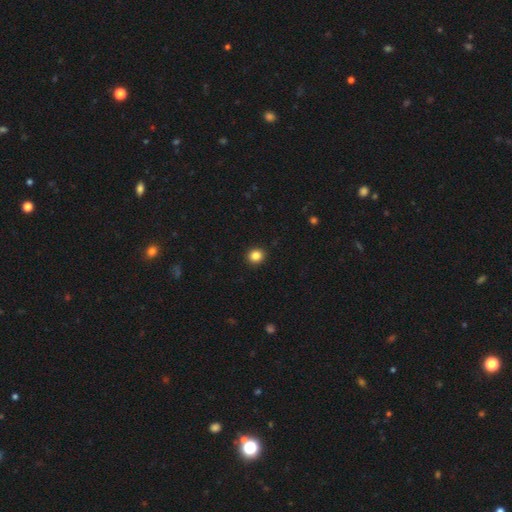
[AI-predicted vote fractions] smooth 85%, star or artifact 11%, featured or disk 4%. Down the decision tree: how rounded — round (83%); merging — none (93%).